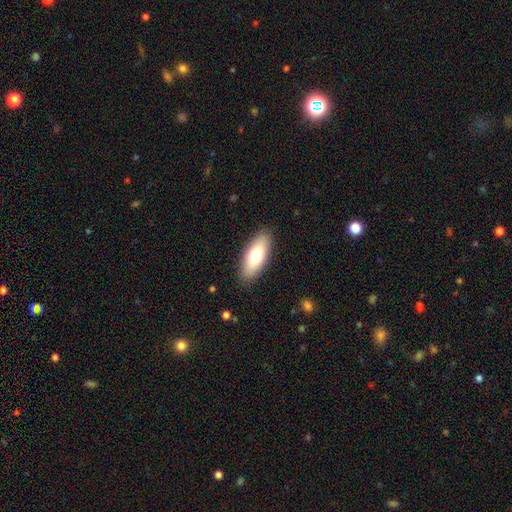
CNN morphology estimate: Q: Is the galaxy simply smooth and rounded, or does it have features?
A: smooth — 72%.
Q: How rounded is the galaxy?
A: in between — 76%.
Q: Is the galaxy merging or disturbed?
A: none — 88%.